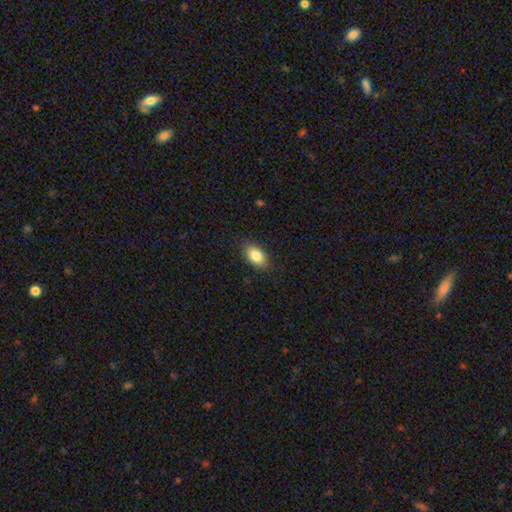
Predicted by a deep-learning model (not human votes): Overall: smooth (85%). How rounded: in between (90%). Merging: none (85%).